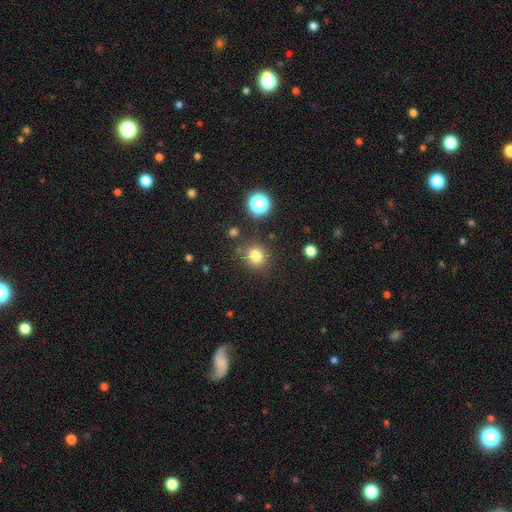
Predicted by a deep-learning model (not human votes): The model was most divided on "how rounded": round: 82%, in between: 17%, cigar-shaped: 1%. More confident: merging — none (81%); smooth or featured — smooth (79%).